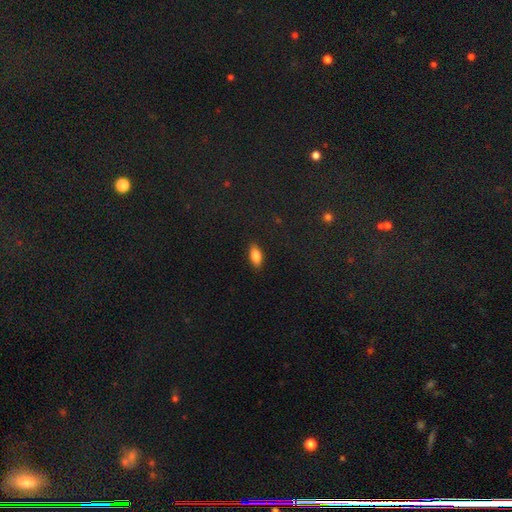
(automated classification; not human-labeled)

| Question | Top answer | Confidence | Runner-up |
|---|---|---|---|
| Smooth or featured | smooth | 81% | featured or disk (11%) |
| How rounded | in between | 84% | cigar-shaped (12%) |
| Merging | none | 87% | minor disturbance (10%) |